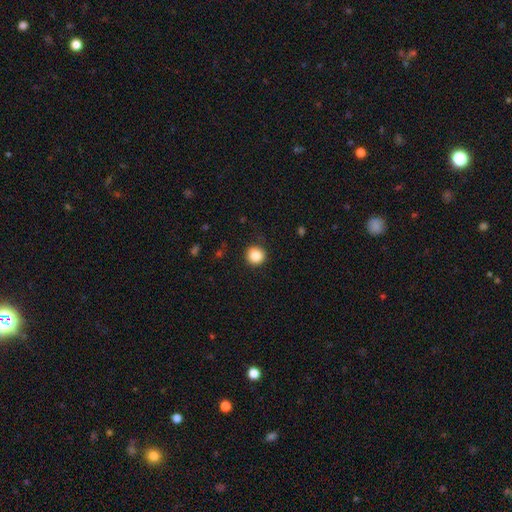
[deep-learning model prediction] This appears to be a smooth galaxy with no disk features (86%) that is round (93%). Merging: none (89%).